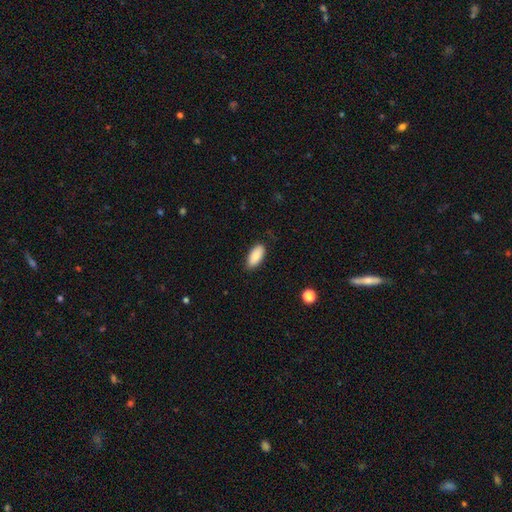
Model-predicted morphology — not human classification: This is clearly a smooth galaxy (88%). How rounded: clearly in between (90%). Merging: clearly none (85%).